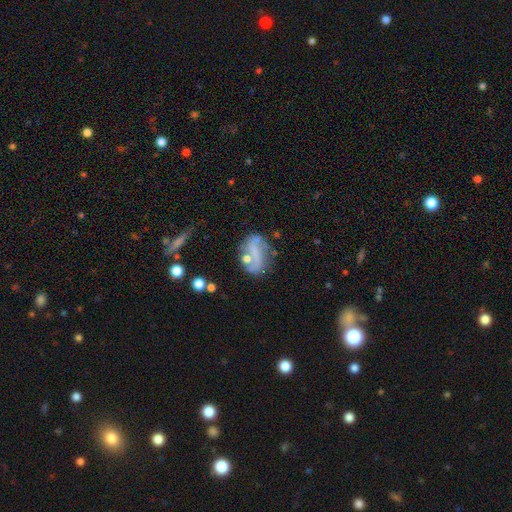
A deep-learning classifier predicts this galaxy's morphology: smooth-or-featured: featured or disk: 58% | smooth: 32% | star or artifact: 10%
  disk-edge-on: no: 94% | yes: 6%
    bar: no: 43% | weak: 35% | strong: 22%
    has-spiral-arms: yes: 62% | no: 38%
    bulge-size: small: 43% | none: 34% | moderate: 19% | large: 2% | dominant: 1%
  merging: none: 50% | minor disturbance: 24% | major disturbance: 15% | merger: 11%